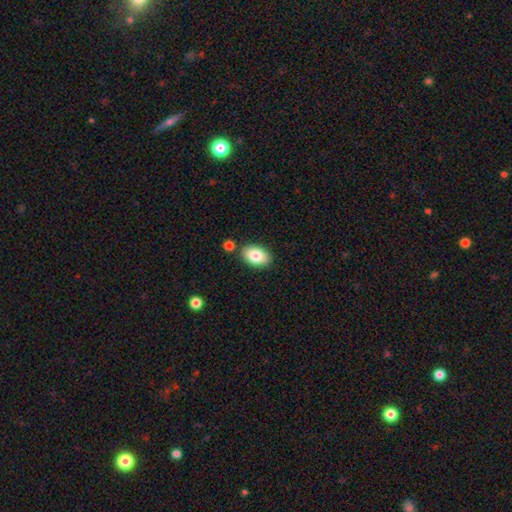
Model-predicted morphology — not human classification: Smooth or featured? Predicted: smooth (p=0.82). How rounded? Predicted: in between (p=0.92). Merging? Predicted: none (p=0.84).